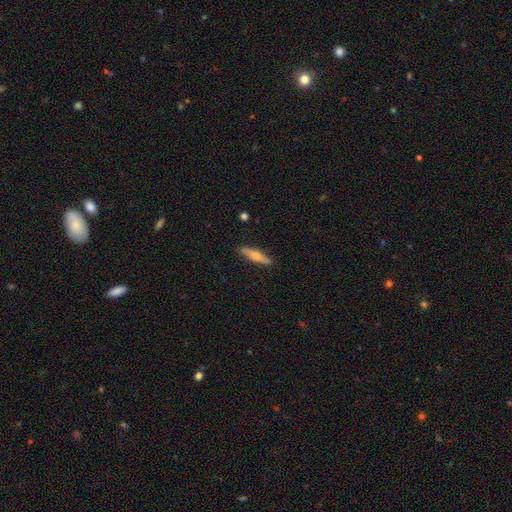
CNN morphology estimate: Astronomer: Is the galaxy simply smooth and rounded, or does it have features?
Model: smooth — 55% (runner-up: featured or disk, 39%).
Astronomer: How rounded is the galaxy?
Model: cigar-shaped — 81%.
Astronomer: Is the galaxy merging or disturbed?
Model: none — 88%.